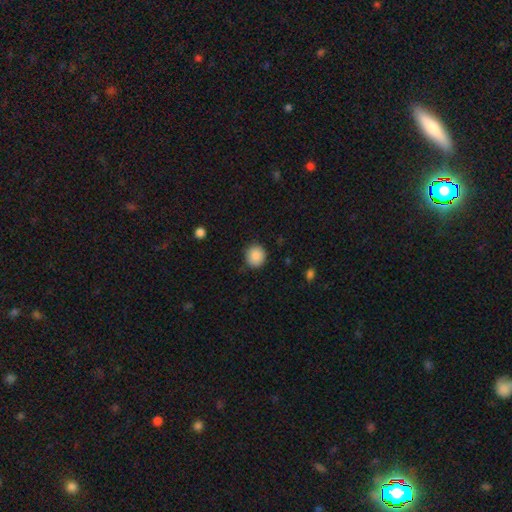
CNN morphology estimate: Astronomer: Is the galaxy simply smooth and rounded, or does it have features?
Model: smooth — 88%.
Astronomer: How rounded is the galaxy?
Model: round — 88%.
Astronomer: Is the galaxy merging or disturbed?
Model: none — 87%.